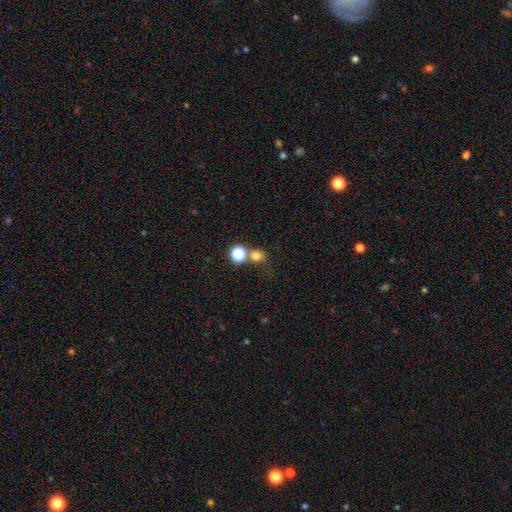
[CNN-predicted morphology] Smooth or featured: smooth — 74% (star or artifact — 19%)
How rounded: round — 82% (in between — 17%)
Merging: none — 59% (merger — 28%)